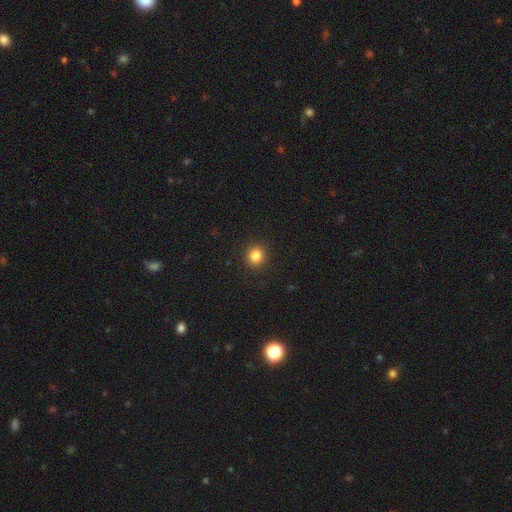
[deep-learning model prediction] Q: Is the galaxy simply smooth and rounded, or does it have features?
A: smooth — 84%.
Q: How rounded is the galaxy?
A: round — 87%.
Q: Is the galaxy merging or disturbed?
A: none — 92%.